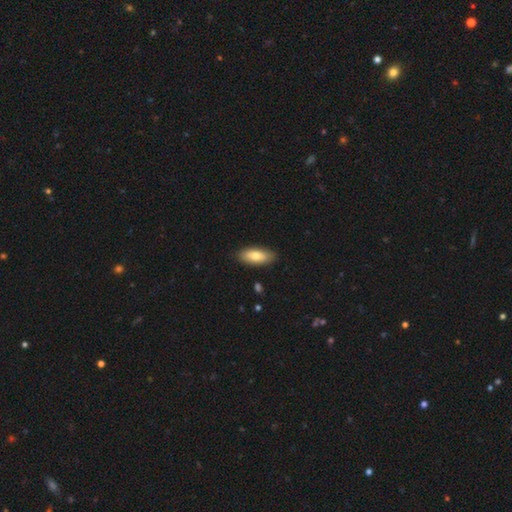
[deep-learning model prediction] Q: Smooth or featured?
A: smooth (75%); runner-up: featured or disk (19%)
Q: How rounded?
A: in between (83%); runner-up: cigar-shaped (15%)
Q: Merging?
A: none (87%); runner-up: minor disturbance (10%)